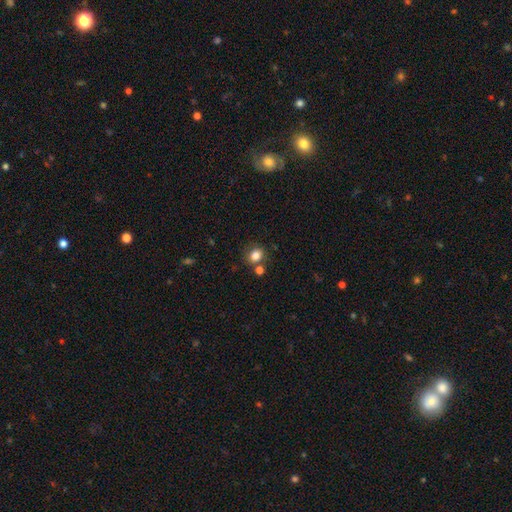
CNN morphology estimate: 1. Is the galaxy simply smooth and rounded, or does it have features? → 82% smooth, 12% star or artifact, 6% featured or disk.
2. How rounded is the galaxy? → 69% round, 31% in between, 1% cigar-shaped.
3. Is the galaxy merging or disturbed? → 73% none, 13% merger, 11% minor disturbance, 3% major disturbance.